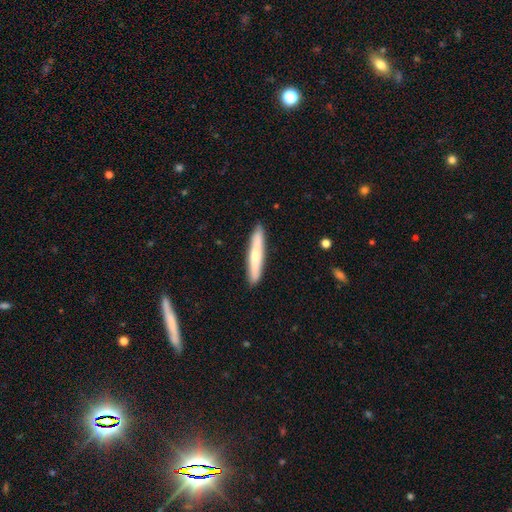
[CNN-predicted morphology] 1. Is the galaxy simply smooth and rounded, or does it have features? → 61% smooth, 33% featured or disk, 5% star or artifact.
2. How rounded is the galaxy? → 93% cigar-shaped, 5% in between, 1% round.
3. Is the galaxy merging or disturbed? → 90% none, 8% minor disturbance, 1% major disturbance, 1% merger.